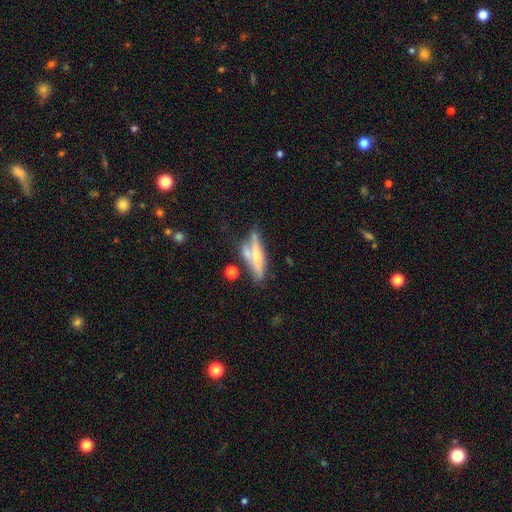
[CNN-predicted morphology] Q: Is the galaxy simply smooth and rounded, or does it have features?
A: featured or disk — 48%.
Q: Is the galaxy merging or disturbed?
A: none — 49%.